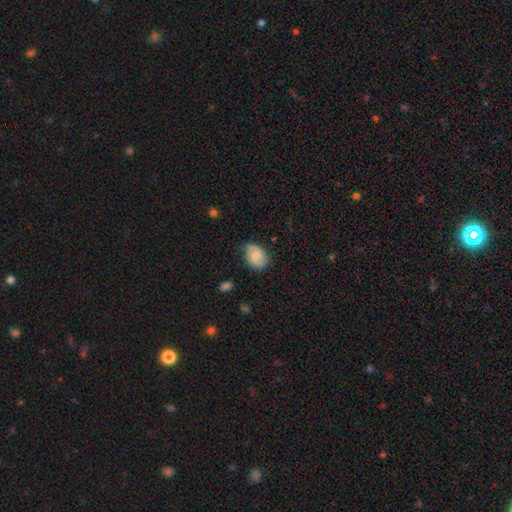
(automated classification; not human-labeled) A smooth galaxy with no disk features (54%) that is in between round and cigar-shaped (71%). Merging: none (69%).